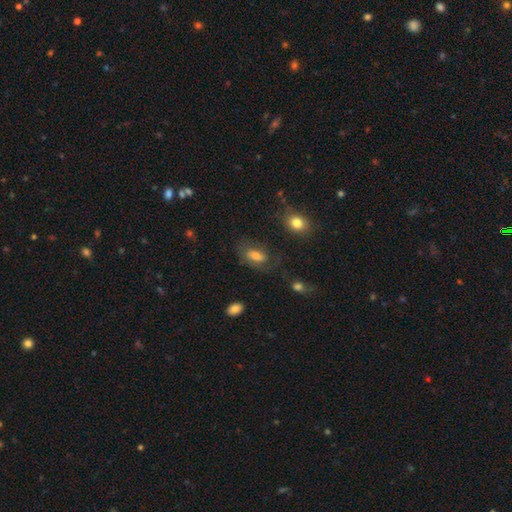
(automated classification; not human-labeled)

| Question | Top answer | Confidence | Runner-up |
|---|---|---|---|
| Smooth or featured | smooth | 59% | featured or disk (29%) |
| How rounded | in between | 88% | round (7%) |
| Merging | none | 58% | minor disturbance (21%) |